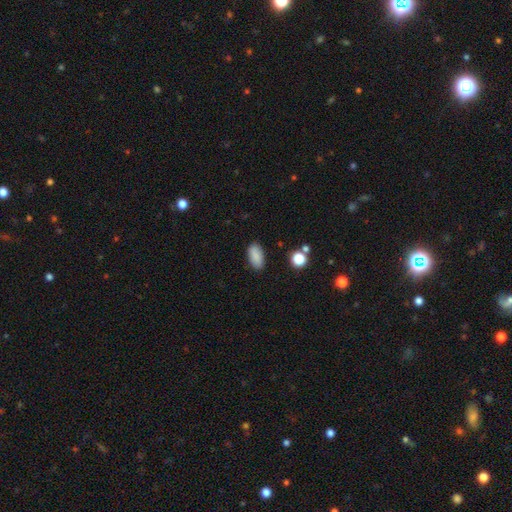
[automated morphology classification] Q: Smooth or featured?
A: smooth (88%); runner-up: star or artifact (8%)
Q: How rounded?
A: in between (91%); runner-up: cigar-shaped (6%)
Q: Merging?
A: none (88%); runner-up: minor disturbance (9%)